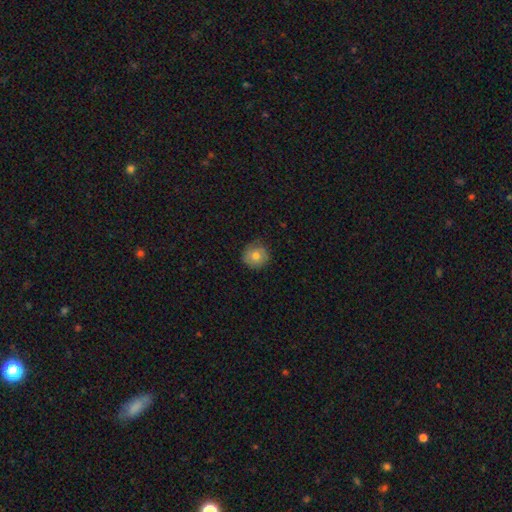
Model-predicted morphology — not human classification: Smooth or featured: smooth — 69% (featured or disk — 23%)
How rounded: round — 91% (in between — 8%)
Merging: none — 78% (minor disturbance — 17%)